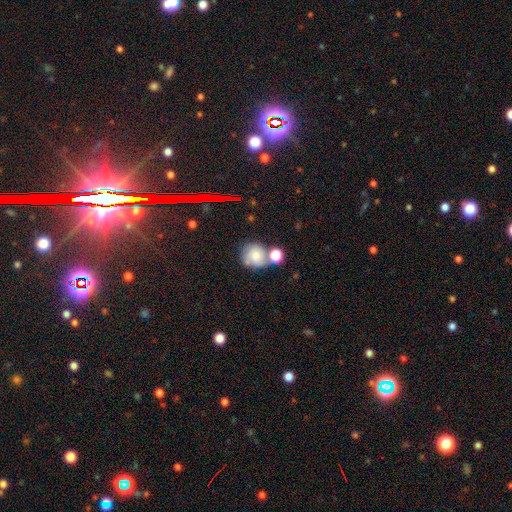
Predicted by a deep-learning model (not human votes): Smooth or featured? Predicted: smooth (p=0.60). How rounded? Predicted: round (p=0.82). Merging? Predicted: none (p=0.44).